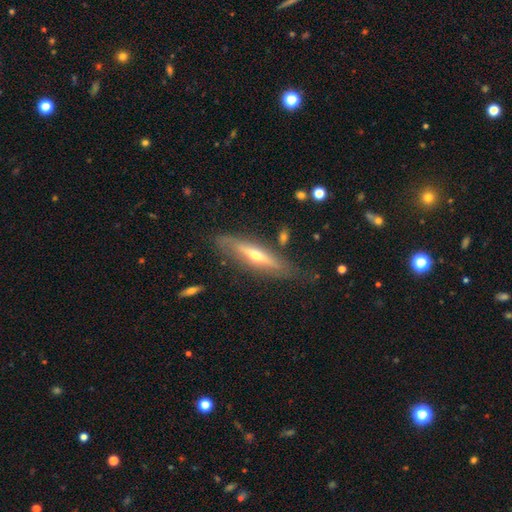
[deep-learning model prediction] A featured or disk galaxy (64%) viewed edge-on (85%) with a rounded central bulge (87%).

Vote fractions:
- Smooth or featured? featured or disk: 64% / smooth: 30% / star or artifact: 6%
- Edge-on disk? yes: 85% / no: 15%
- Edge-on bulge? rounded: 87% / none: 9% / boxy: 3%
- Merging? none: 74% / minor disturbance: 17% / major disturbance: 6% / merger: 3%